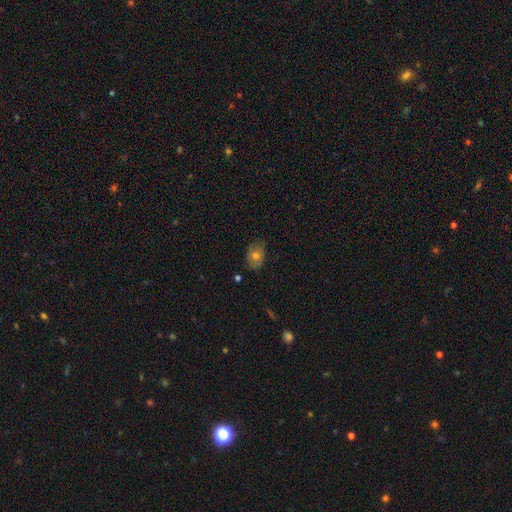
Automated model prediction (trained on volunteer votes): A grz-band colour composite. It shows a smooth galaxy with no disk features (65%) that is in between round and cigar-shaped (76%). Merging: none (73%).